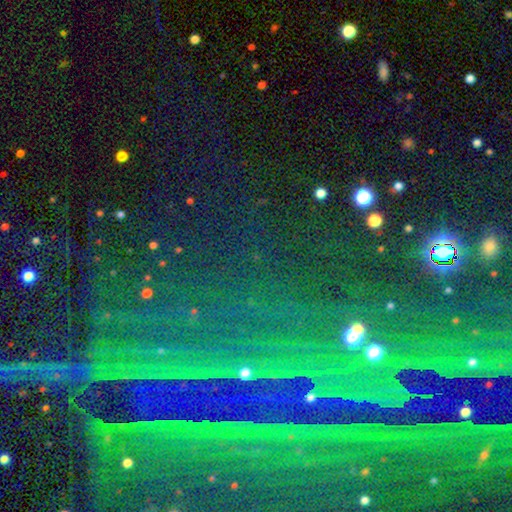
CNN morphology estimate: The model was most divided on "smooth or featured": star or artifact: 83%, featured or disk: 9%, smooth: 8%.